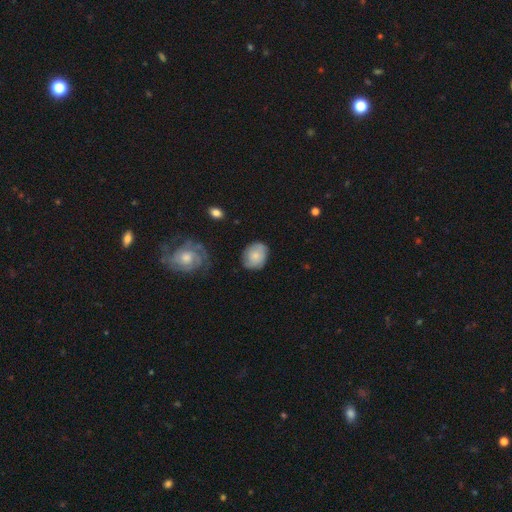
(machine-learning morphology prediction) Overall: smooth (68%). How rounded: round (60%; in between 39%). Merging: none (73%).